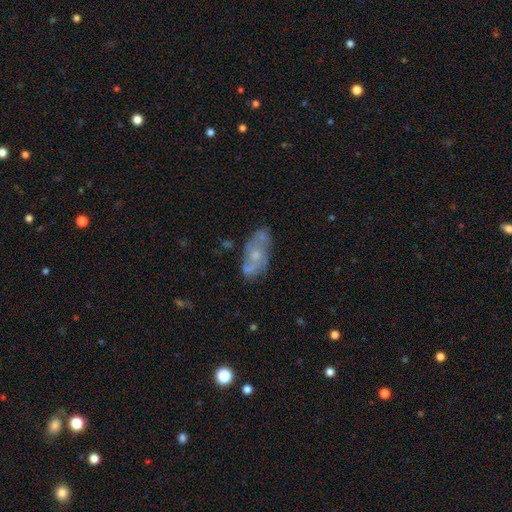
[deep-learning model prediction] The model was most divided on "bulge size": moderate: 42%, small: 41%, none: 12%, large: 4%, dominant: 1%. More confident: edge-on disk — no (92%); bar — no (81%); spiral arms — no (56%); smooth or featured — featured or disk (54%); merging — none (53%).